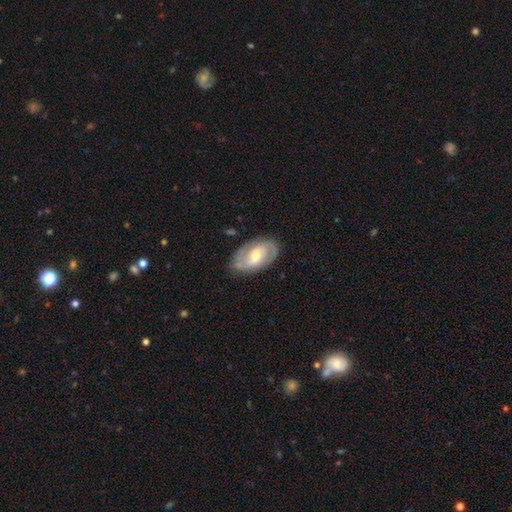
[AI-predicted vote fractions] Smooth or featured?
  - featured or disk: 78% *
  - smooth: 17%
  - star or artifact: 5%
Edge-on disk?
  - no: 96% *
  - yes: 4%
Bar?
  - weak: 46% *
  - no: 40%
  - strong: 14%
Spiral arms?
  - yes: 91% *
  - no: 9%
Spiral winding?
  - medium: 46% *
  - tight: 39%
  - loose: 15%
Spiral arm count?
  - 2: 82% *
  - can't tell: 10%
  - 3: 3%
  - 1: 2%
  - 4: 1%
  - more than 4: 1%
Bulge size?
  - moderate: 60% *
  - small: 34%
  - large: 4%
  - none: 1%
  - dominant: 1%
Merging?
  - none: 80% *
  - minor disturbance: 15%
  - major disturbance: 4%
  - merger: 1%